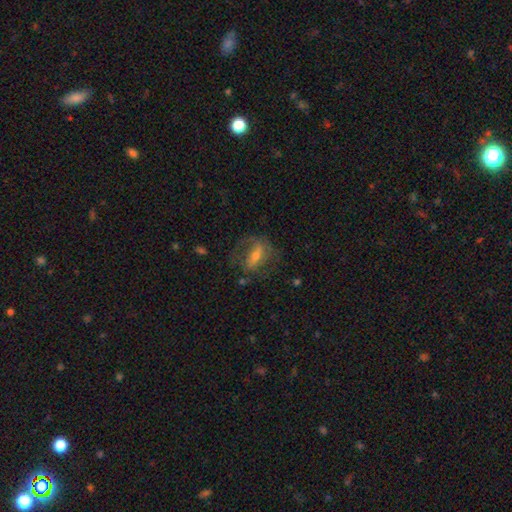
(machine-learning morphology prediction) Smooth or featured? Predicted: featured or disk (p=0.62). Edge-on disk? Predicted: no (p=0.90). Bar? Predicted: strong (p=0.43). Spiral arms? Predicted: yes (p=0.69). Bulge size? Predicted: moderate (p=0.48). Merging? Predicted: none (p=0.55).